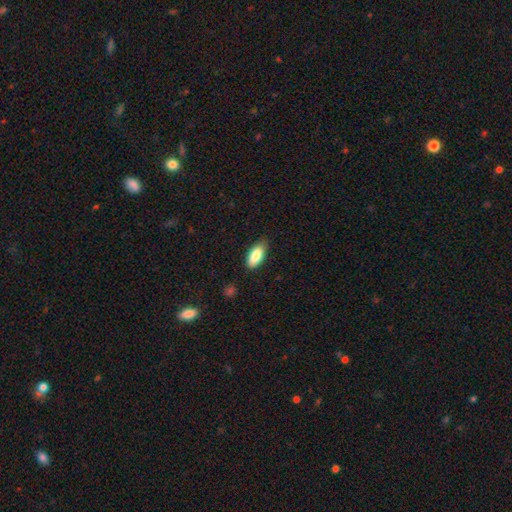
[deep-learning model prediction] Q: Smooth or featured?
A: smooth (86%); runner-up: featured or disk (8%)
Q: How rounded?
A: in between (87%); runner-up: cigar-shaped (10%)
Q: Merging?
A: none (81%); runner-up: minor disturbance (16%)